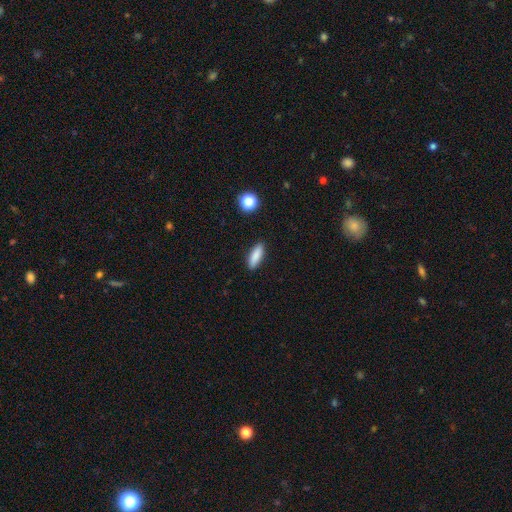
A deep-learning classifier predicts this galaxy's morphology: Overall: smooth (86%). How rounded: in between (50%; cigar-shaped 47%). Merging: none (89%).